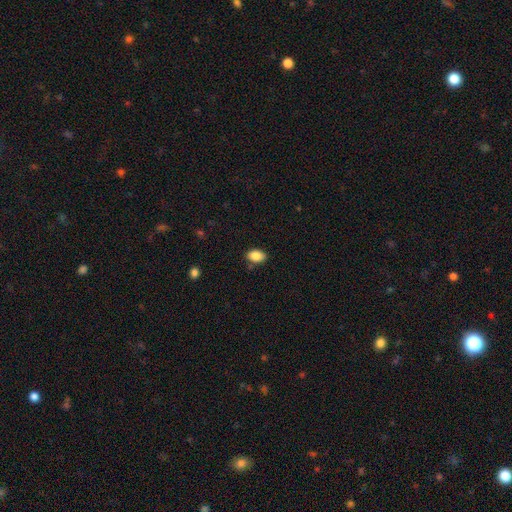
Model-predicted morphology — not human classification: This is clearly a smooth galaxy (87%). How rounded: clearly in between (88%). Merging: clearly none (83%).